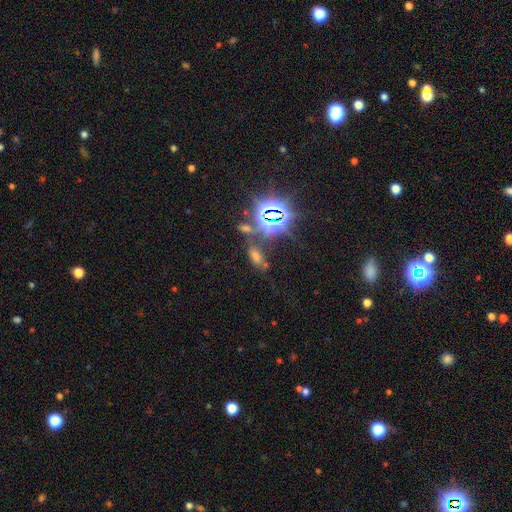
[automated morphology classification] A star or artifact, not a galaxy (53%).